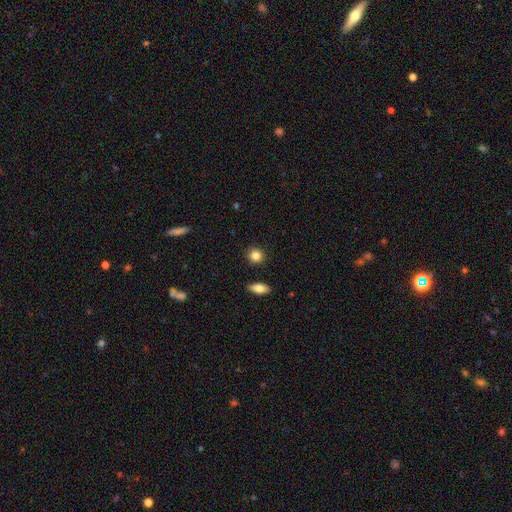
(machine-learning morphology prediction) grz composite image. It shows a smooth galaxy with no disk features (85%) that is round (84%). Merging: none (90%).